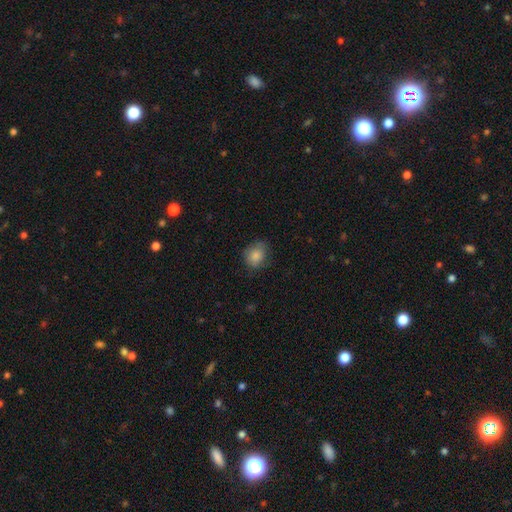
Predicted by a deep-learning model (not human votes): Smooth or featured?
  - smooth: 84% *
  - star or artifact: 8%
  - featured or disk: 8%
How rounded?
  - round: 59% *
  - in between: 40%
  - cigar-shaped: 1%
Merging?
  - none: 70% *
  - minor disturbance: 23%
  - major disturbance: 6%
  - merger: 1%